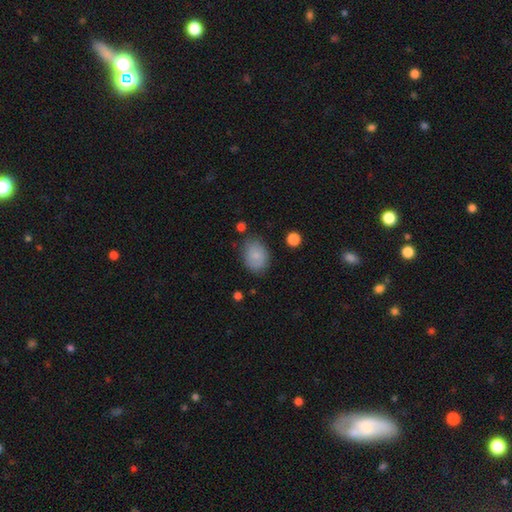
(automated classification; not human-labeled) Smooth or featured? Predicted: smooth (p=0.82). How rounded? Predicted: in between (p=0.67). Merging? Predicted: none (p=0.75).